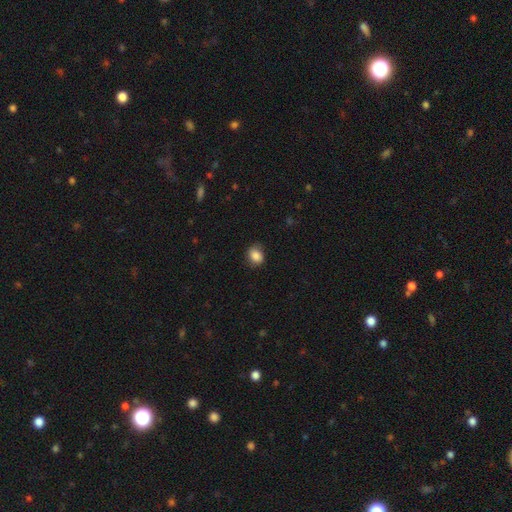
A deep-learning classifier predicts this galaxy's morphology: A smooth galaxy with no disk features (85%) that is in between round and cigar-shaped (53%). Merging: none (73%).